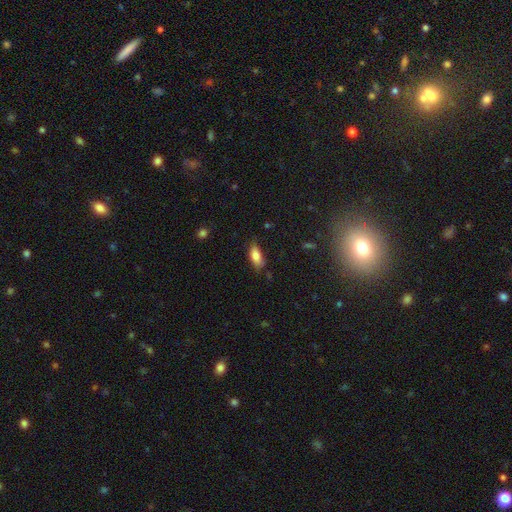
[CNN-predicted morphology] This appears to be a smooth galaxy with no disk features (79%) that is in between round and cigar-shaped (80%). Merging: none (65%).